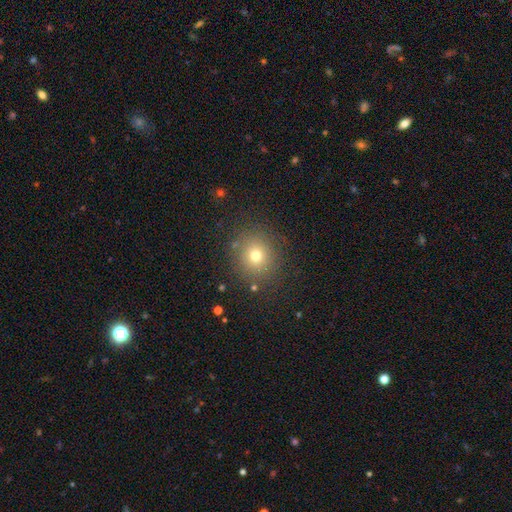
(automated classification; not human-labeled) Overall: smooth (72%). How rounded: round (87%). Merging: none (86%).